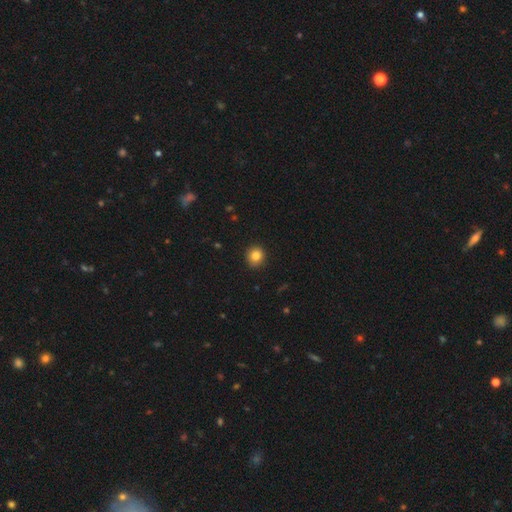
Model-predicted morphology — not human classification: type=smooth (84%); roundness=round (88%); merging=none (91%).